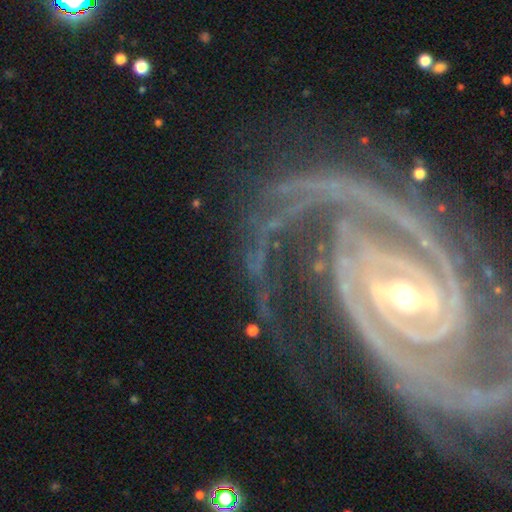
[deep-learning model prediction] This appears to be a featured or disk galaxy (69%) with a strong bar (36%), 2 (34%) tight (46%) spiral arms (88%) and a small central bulge (49%). Merging: none (61%).